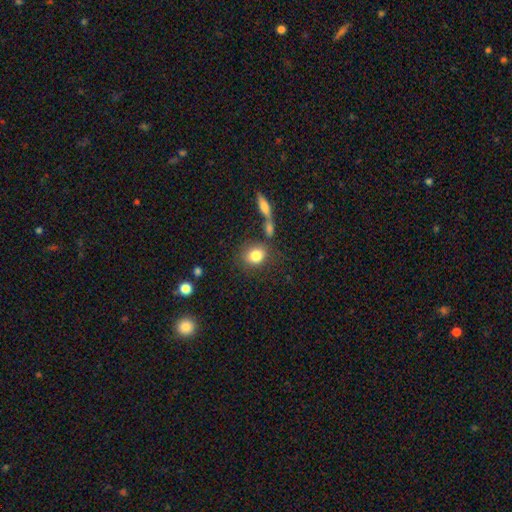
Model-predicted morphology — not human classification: smooth_or_featured: smooth (p=0.82) [alt: featured or disk p=0.09]
how_rounded: round (p=0.51) [alt: in between p=0.47]
merging: none (p=0.66) [alt: merger p=0.15]